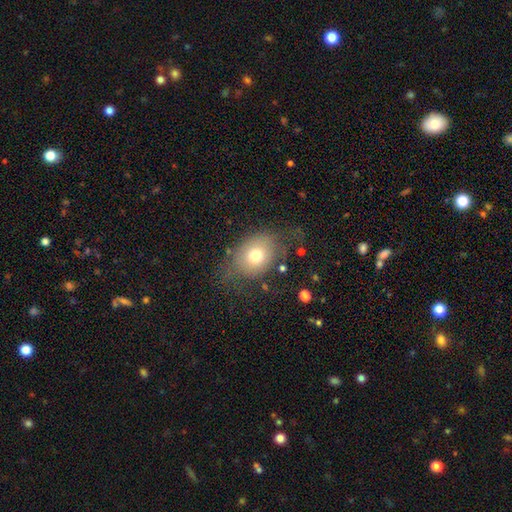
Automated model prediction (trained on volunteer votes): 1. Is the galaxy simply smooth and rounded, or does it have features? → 68% smooth, 21% featured or disk, 11% star or artifact.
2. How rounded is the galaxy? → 56% in between, 43% round, 1% cigar-shaped.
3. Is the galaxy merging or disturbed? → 52% none, 25% minor disturbance, 21% major disturbance, 2% merger.